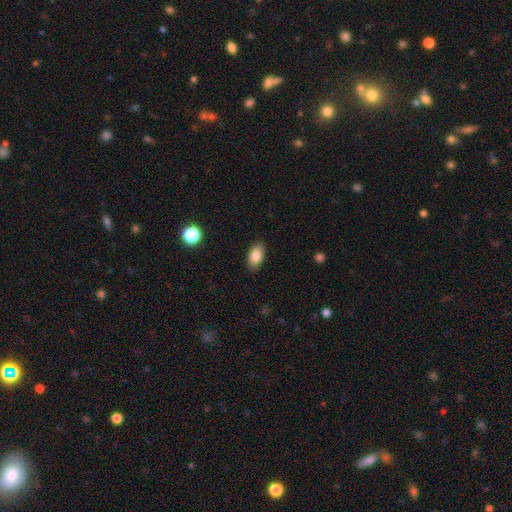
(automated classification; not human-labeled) The model was most divided on "smooth or featured": smooth: 84%, star or artifact: 8%, featured or disk: 8%. More confident: how rounded — in between (91%); merging — none (87%).